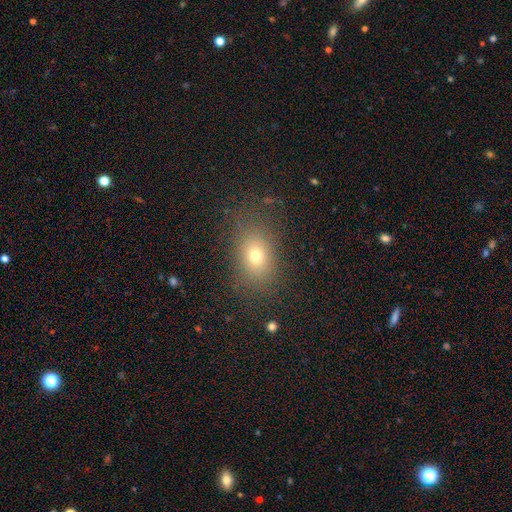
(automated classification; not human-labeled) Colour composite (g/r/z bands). It shows a smooth galaxy with no disk features (72%) that is in between round and cigar-shaped (72%). Merging: none (81%).